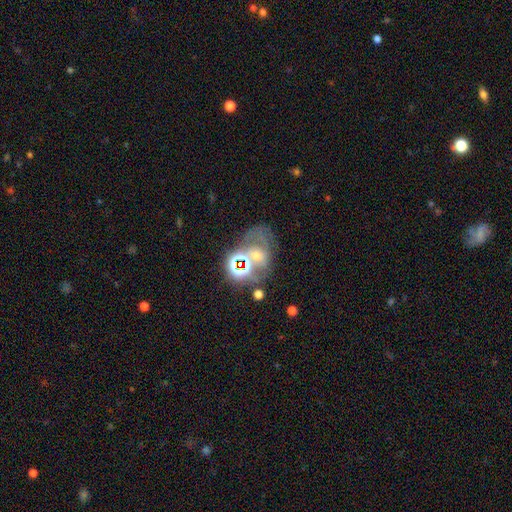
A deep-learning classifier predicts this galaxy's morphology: Q: Smooth or featured?
A: featured or disk (41%); runner-up: star or artifact (32%)
Q: Merging?
A: none (37%); runner-up: merger (26%)